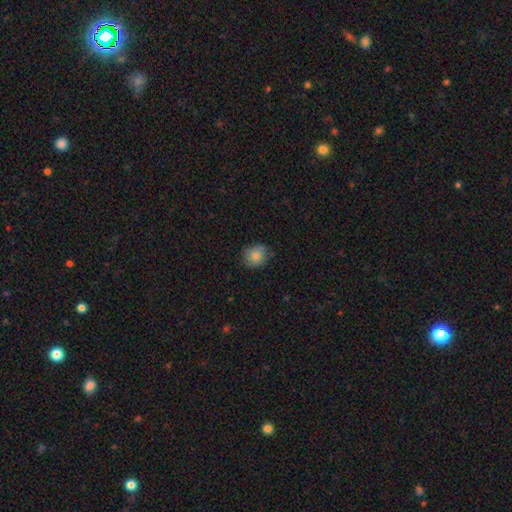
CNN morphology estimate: smooth-or-featured: smooth: 82% | featured or disk: 9% | star or artifact: 9%
  how-rounded: round: 80% | in between: 19% | cigar-shaped: 1%
  merging: none: 80% | minor disturbance: 16% | major disturbance: 3% | merger: 1%